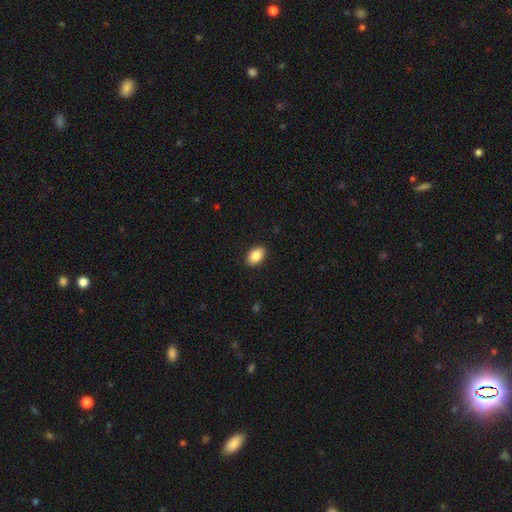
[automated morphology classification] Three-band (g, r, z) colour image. It shows a smooth galaxy with no disk features (86%) that is in between round and cigar-shaped (89%). Merging: none (90%).